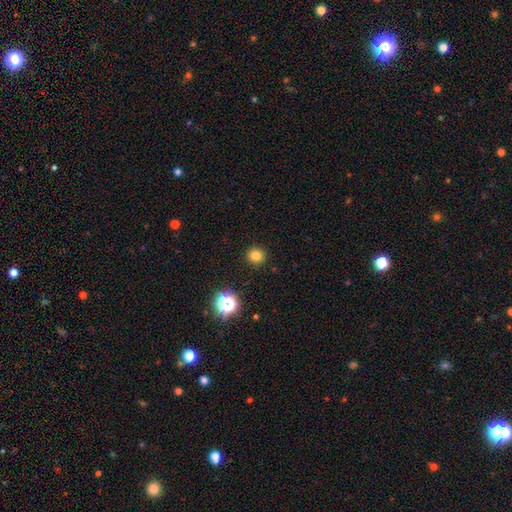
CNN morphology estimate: Smooth or featured: smooth — 79% (star or artifact — 16%)
How rounded: round — 92% (in between — 7%)
Merging: none — 91% (minor disturbance — 5%)